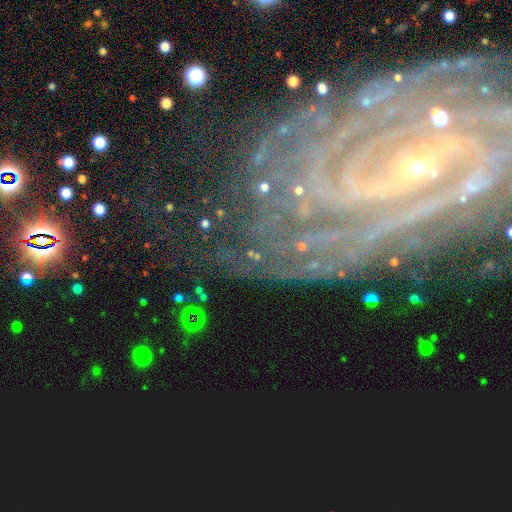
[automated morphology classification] featured or disk 77%, star or artifact 14%, smooth 9%. Down the decision tree: edge-on disk — no (95%); bar — no (41%); spiral arms — yes (93%); spiral arm count — can't tell (27%); spiral winding — tight (70%); bulge size — small (62%); merging — none (69%).